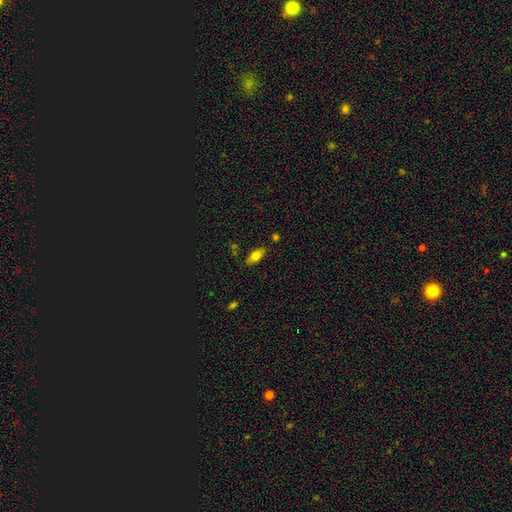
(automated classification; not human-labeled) smooth 75%, featured or disk 17%, star or artifact 9%. Down the decision tree: how rounded — in between (85%); merging — none (80%).